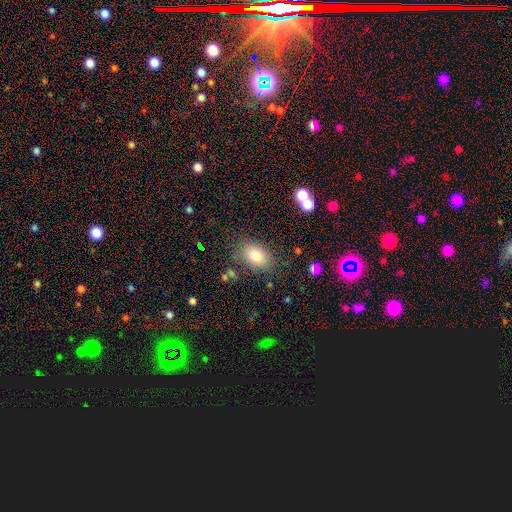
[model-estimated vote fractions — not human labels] Smooth or featured? Predicted: smooth (p=0.79). How rounded? Predicted: in between (p=0.79). Merging? Predicted: none (p=0.78).